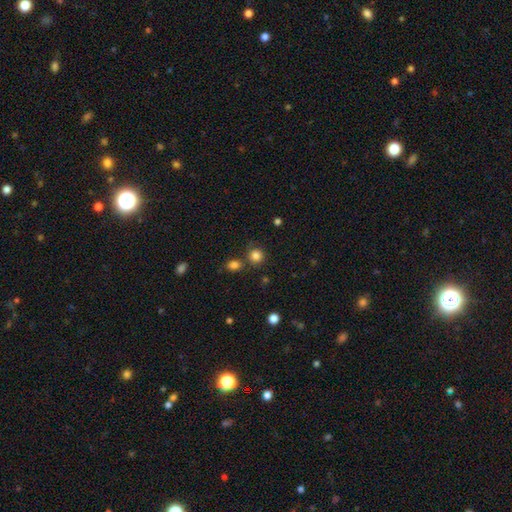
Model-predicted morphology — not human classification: Smooth or featured? smooth (83%)
How rounded? round (89%)
Merging? none (75%)